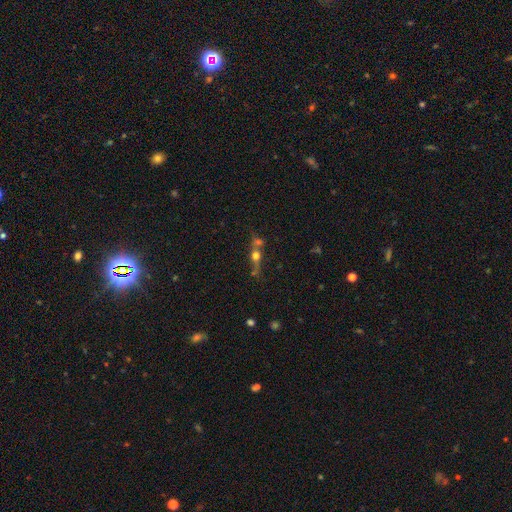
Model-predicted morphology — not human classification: Q: Smooth or featured?
A: smooth (46%); runner-up: featured or disk (38%)
Q: Merging?
A: merger (44%); runner-up: none (38%)